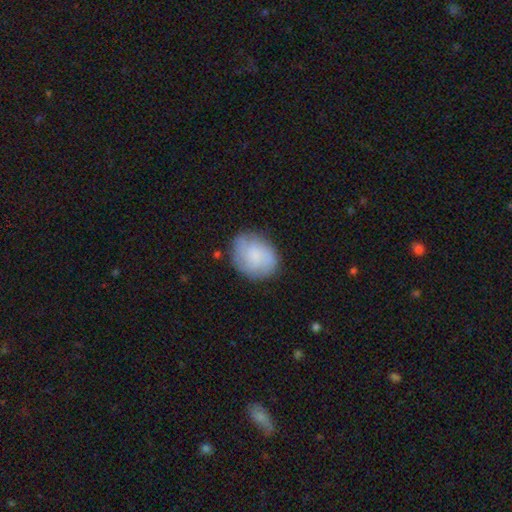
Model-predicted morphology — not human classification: The model was most divided on "how rounded": round: 52%, in between: 47%, cigar-shaped: 1%. More confident: merging — none (75%); smooth or featured — smooth (58%).